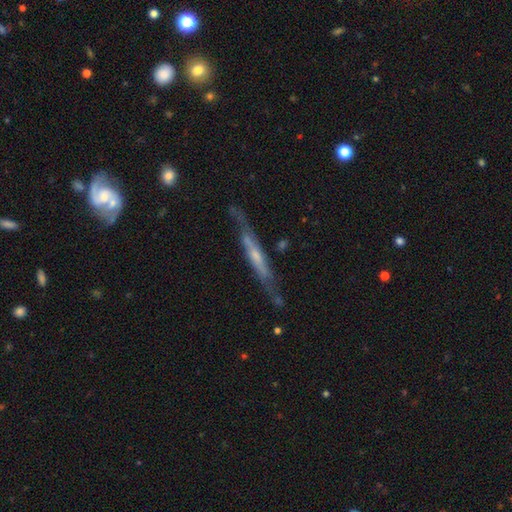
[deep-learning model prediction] featured or disk 71%, smooth 23%, star or artifact 6%. Down the decision tree: edge-on disk — yes (81%); edge-on bulge — none (52%); merging — none (68%).